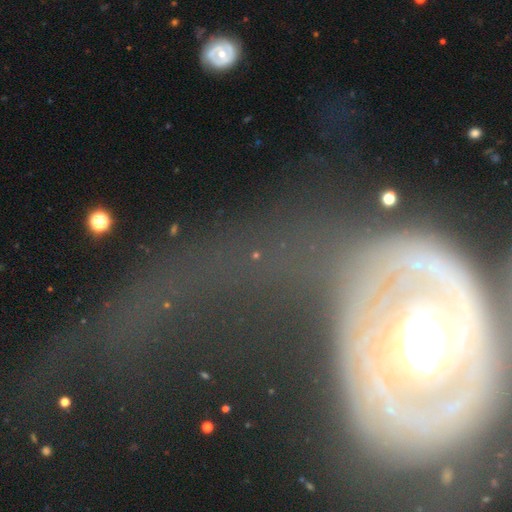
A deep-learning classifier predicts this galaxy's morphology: type=featured or disk (52%); edge-on=no (79%); merging=none (47%).